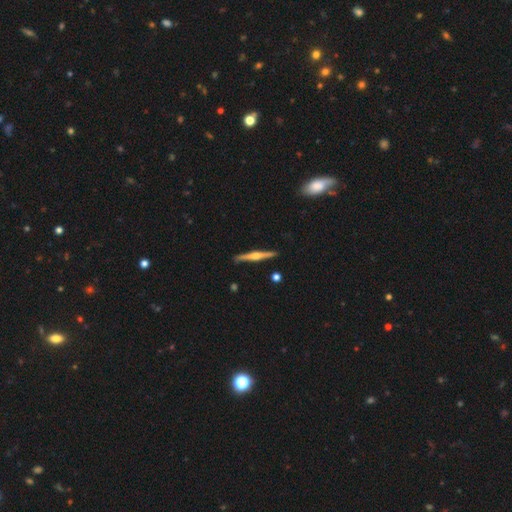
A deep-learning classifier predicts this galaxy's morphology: This appears to be a featured or disk galaxy (74%) viewed edge-on (98%) with a rounded central bulge (84%). Merging: none (90%).